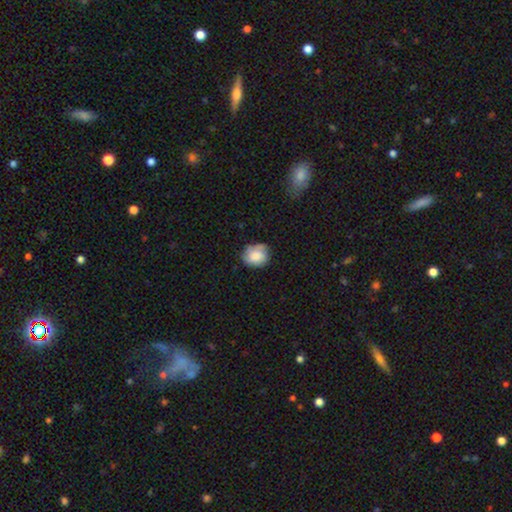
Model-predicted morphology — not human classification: A smooth galaxy with no disk features (73%) that is round (64%). Merging: none (62%).